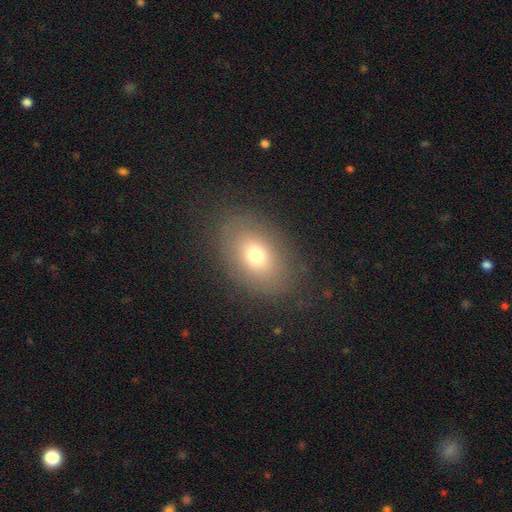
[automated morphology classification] Q: Smooth or featured?
A: smooth (70%); runner-up: featured or disk (17%)
Q: How rounded?
A: in between (77%); runner-up: round (22%)
Q: Merging?
A: none (82%); runner-up: minor disturbance (11%)